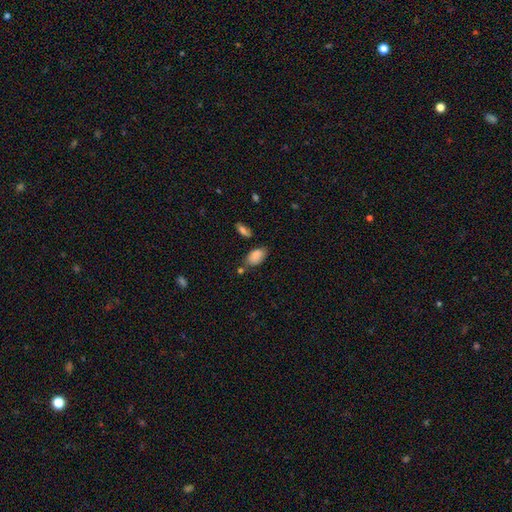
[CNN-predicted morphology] Q: Smooth or featured?
A: smooth (86%); runner-up: star or artifact (8%)
Q: How rounded?
A: in between (92%); runner-up: round (6%)
Q: Merging?
A: none (65%); runner-up: minor disturbance (21%)